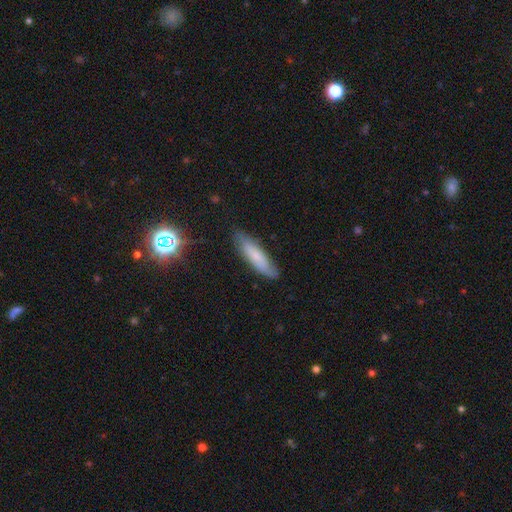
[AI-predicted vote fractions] Smooth or featured?
  - smooth: 64% *
  - featured or disk: 25%
  - star or artifact: 11%
How rounded?
  - cigar-shaped: 75% *
  - in between: 23%
  - round: 2%
Merging?
  - none: 81% *
  - minor disturbance: 15%
  - major disturbance: 3%
  - merger: 1%